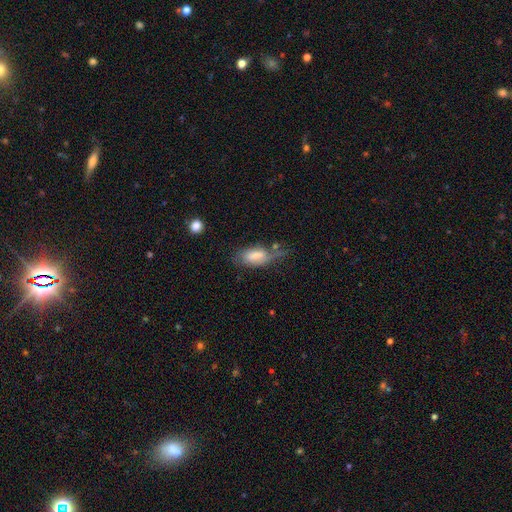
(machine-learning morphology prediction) Overall: smooth (70%). How rounded: in between (83%). Merging: none (34%; minor disturbance 32%).